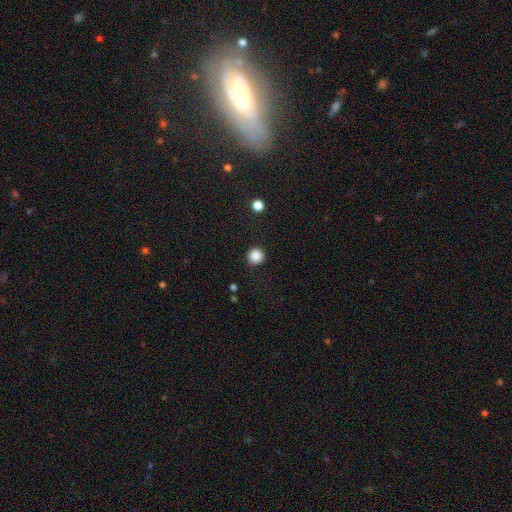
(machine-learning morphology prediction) type=smooth (87%); roundness=round (95%); merging=none (92%).